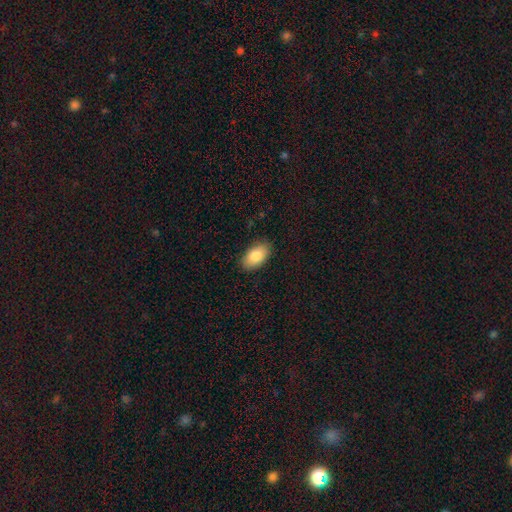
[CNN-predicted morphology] Overall: smooth (86%). How rounded: in between (94%). Merging: none (87%).